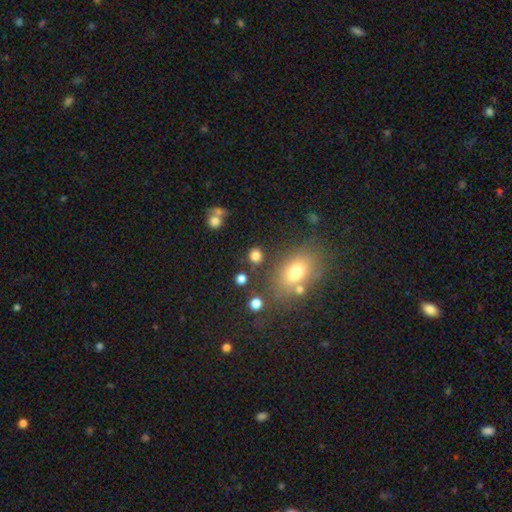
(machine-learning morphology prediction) This is clearly a smooth galaxy (81%). How rounded: likely round (72%). Merging: likely none (79%).